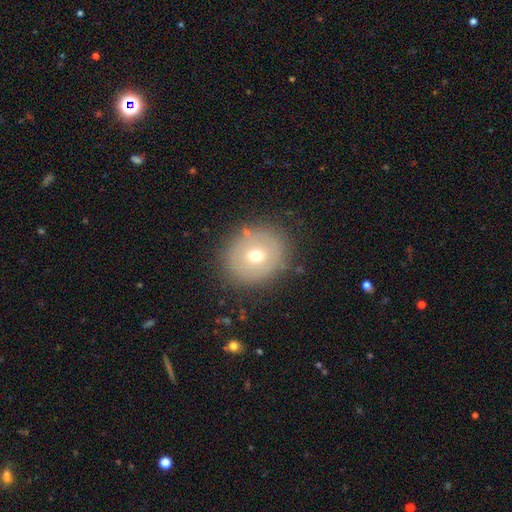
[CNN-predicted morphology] smooth 61%, featured or disk 27%, star or artifact 12%. Down the decision tree: how rounded — round (78%); merging — none (82%).